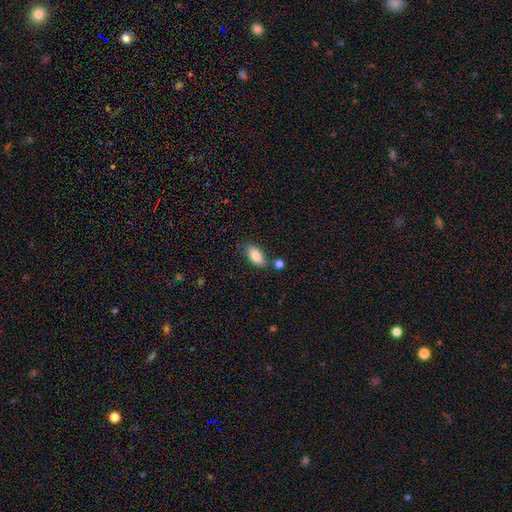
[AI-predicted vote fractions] Overall: smooth (82%). How rounded: in between (89%). Merging: none (75%).